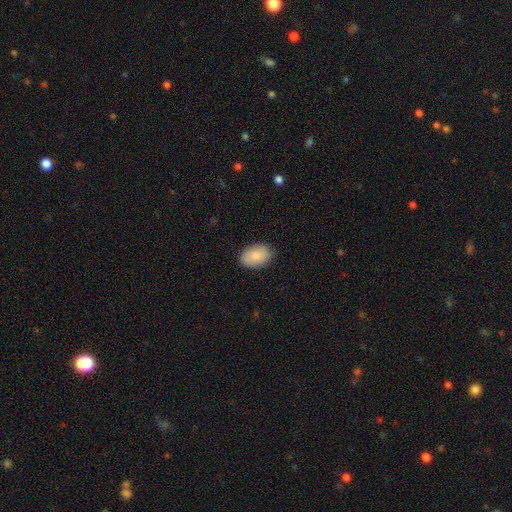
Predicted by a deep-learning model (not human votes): The model was most divided on "merging": none: 87%, minor disturbance: 10%, major disturbance: 2%, merger: 1%. More confident: how rounded — in between (88%); smooth or featured — smooth (86%).